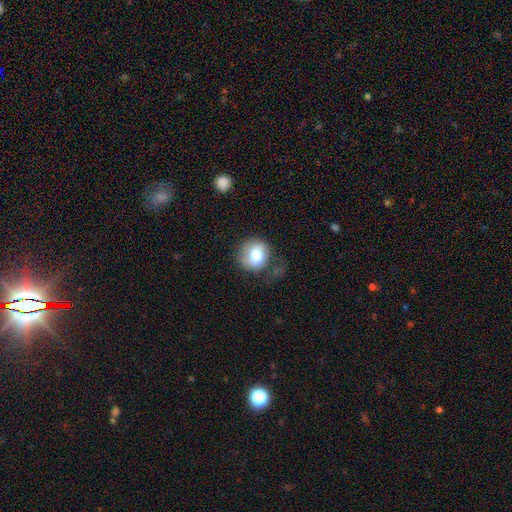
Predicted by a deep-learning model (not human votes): smooth_or_featured: smooth (p=0.75) [alt: featured or disk p=0.16]
how_rounded: round (p=0.78) [alt: in between p=0.22]
merging: none (p=0.55) [alt: minor disturbance p=0.25]